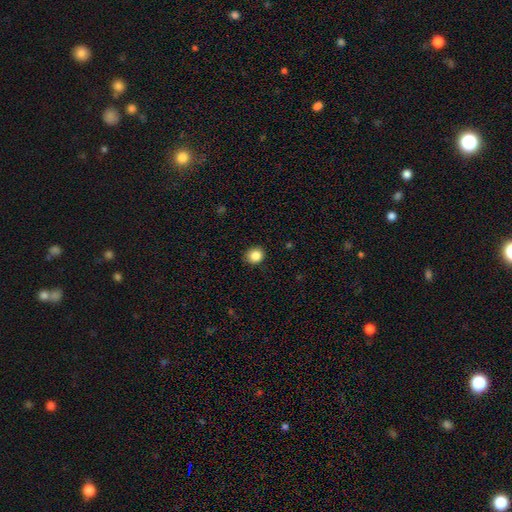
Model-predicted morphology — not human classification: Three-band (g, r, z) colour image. It shows a smooth galaxy with no disk features (85%) that is round (73%). Merging: none (88%).